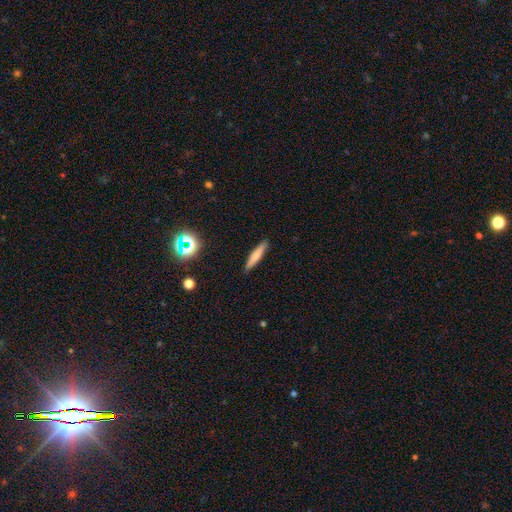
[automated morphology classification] Smooth or featured? smooth (69%)
How rounded? cigar-shaped (89%)
Merging? none (89%)